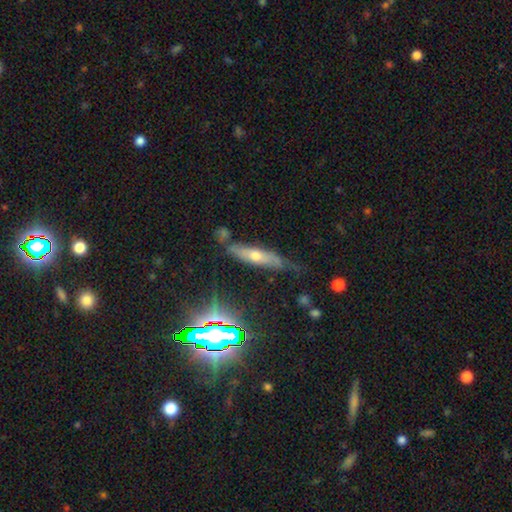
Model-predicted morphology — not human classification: This is possibly a featured or disk galaxy (46%). Merging: possibly none (60%).